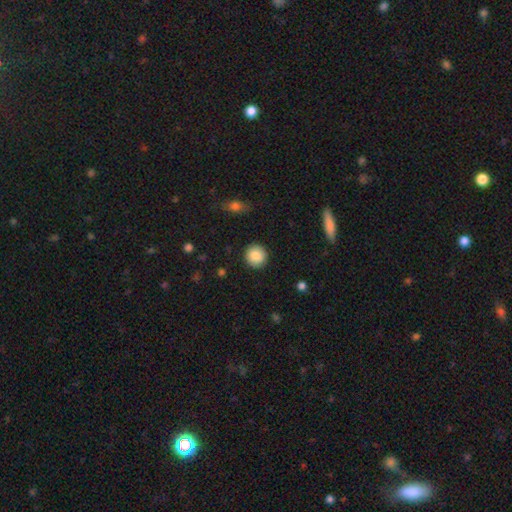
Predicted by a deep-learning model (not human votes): Smooth or featured?
  - smooth: 88% *
  - star or artifact: 8%
  - featured or disk: 5%
How rounded?
  - round: 92% *
  - in between: 7%
  - cigar-shaped: 1%
Merging?
  - none: 92% *
  - minor disturbance: 5%
  - major disturbance: 2%
  - merger: 1%